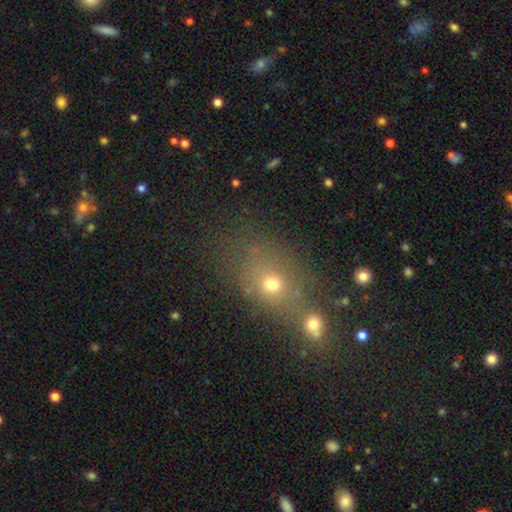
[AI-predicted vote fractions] A smooth galaxy with no disk features (53%) that is round (50%). Merging: none (49%).